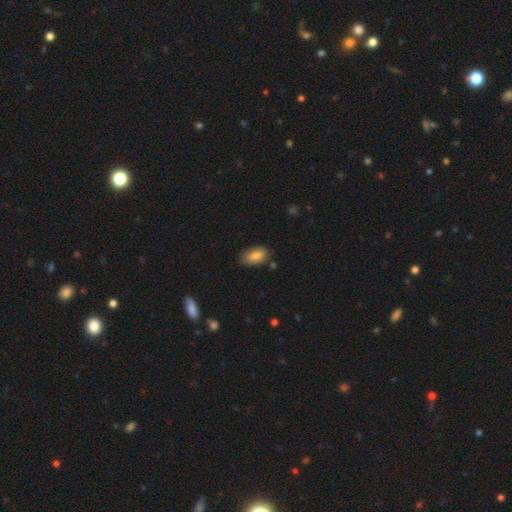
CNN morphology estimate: This is clearly a smooth galaxy (82%). How rounded: clearly in between (92%). Merging: likely none (74%).